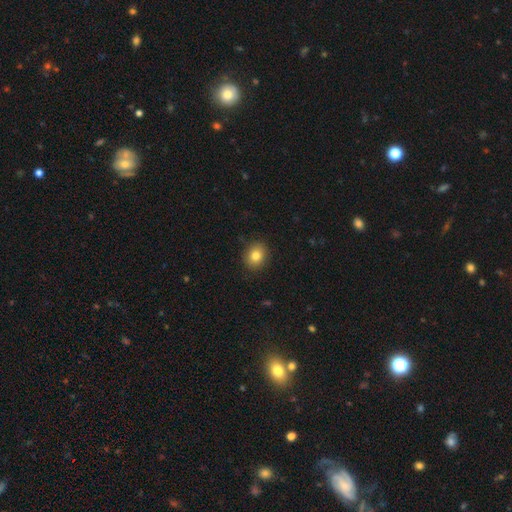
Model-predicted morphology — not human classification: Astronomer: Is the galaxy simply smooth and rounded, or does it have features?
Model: smooth — 81%.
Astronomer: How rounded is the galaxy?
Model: round — 63%.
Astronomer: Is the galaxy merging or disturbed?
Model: none — 89%.